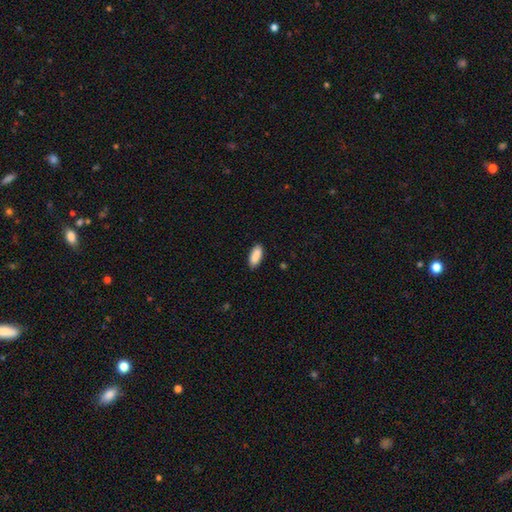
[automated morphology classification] This is clearly a smooth galaxy (90%). How rounded: clearly in between (81%). Merging: clearly none (88%).